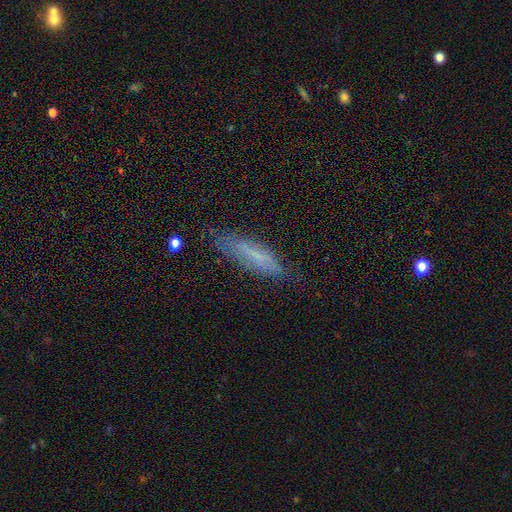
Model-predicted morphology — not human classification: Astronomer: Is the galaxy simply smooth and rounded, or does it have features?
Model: smooth — 52% (runner-up: featured or disk, 36%).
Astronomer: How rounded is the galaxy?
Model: cigar-shaped — 75%.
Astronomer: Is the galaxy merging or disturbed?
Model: none — 70%.